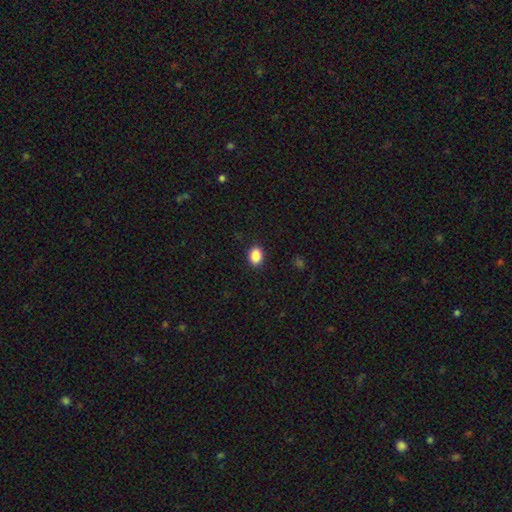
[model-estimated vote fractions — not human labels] This appears to be a smooth galaxy with no disk features (88%) that is in between round and cigar-shaped (72%). Merging: none (89%).